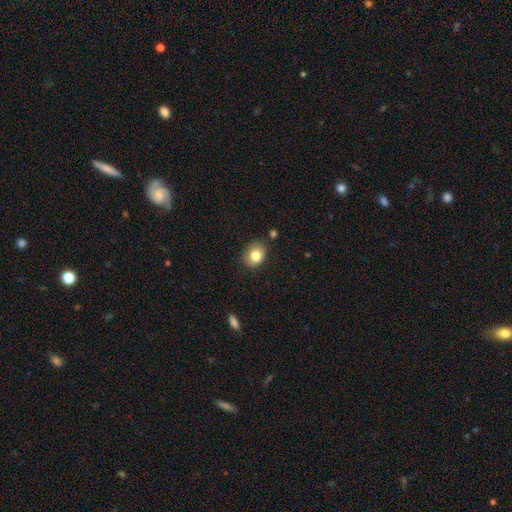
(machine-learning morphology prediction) Smooth or featured? smooth (82%)
How rounded? round (53%)
Merging? none (80%)